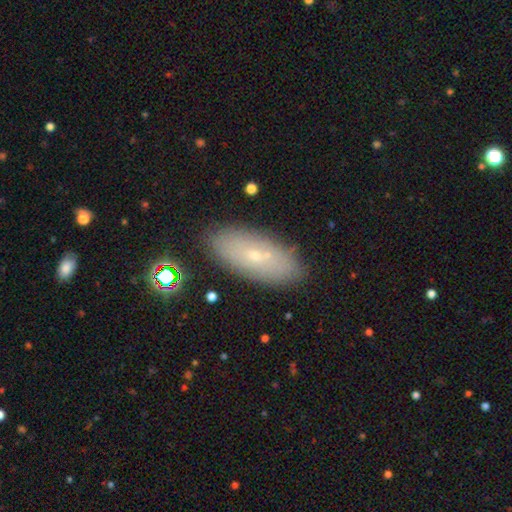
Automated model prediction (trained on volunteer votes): Smooth or featured?
  - smooth: 54% *
  - featured or disk: 35%
  - star or artifact: 11%
How rounded?
  - in between: 81% *
  - cigar-shaped: 16%
  - round: 4%
Merging?
  - none: 85% *
  - minor disturbance: 10%
  - major disturbance: 2%
  - merger: 2%